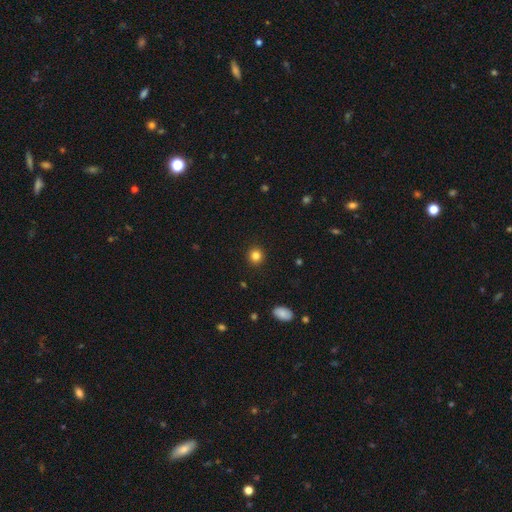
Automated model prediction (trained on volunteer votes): The model was most divided on "smooth or featured": smooth: 83%, star or artifact: 12%, featured or disk: 5%. More confident: merging — none (92%); how rounded — round (91%).